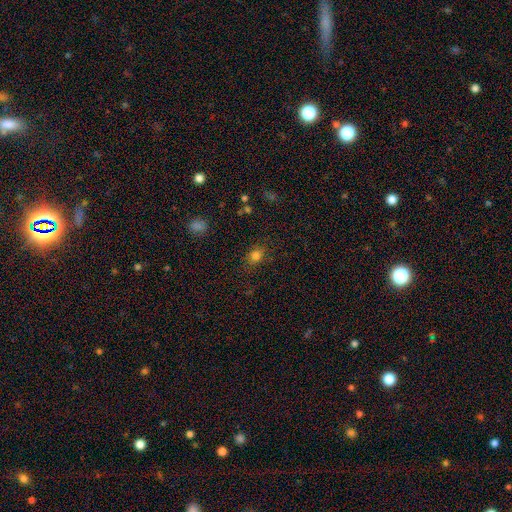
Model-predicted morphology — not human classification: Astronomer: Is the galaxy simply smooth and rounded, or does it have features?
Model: smooth — 80%.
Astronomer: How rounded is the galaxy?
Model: in between — 53% (runner-up: round, 46%).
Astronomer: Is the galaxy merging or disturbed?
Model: none — 82%.